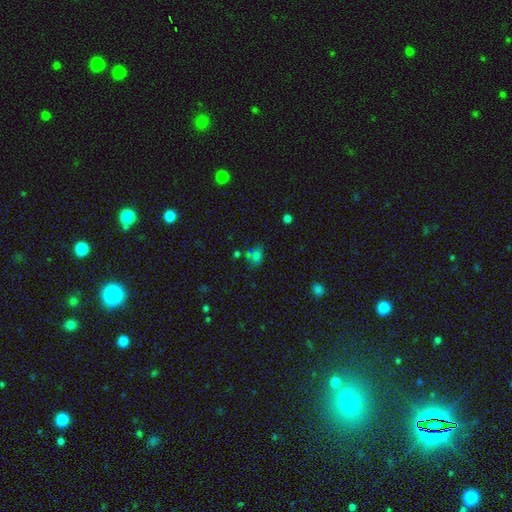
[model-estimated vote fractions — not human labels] A smooth galaxy with no disk features (66%) that is in between round and cigar-shaped (61%).

Vote fractions:
- Smooth or featured? smooth: 66% / star or artifact: 24% / featured or disk: 10%
- How rounded? in between: 61% / round: 38% / cigar-shaped: 2%
- Merging? none: 57% / minor disturbance: 19% / merger: 16% / major disturbance: 8%